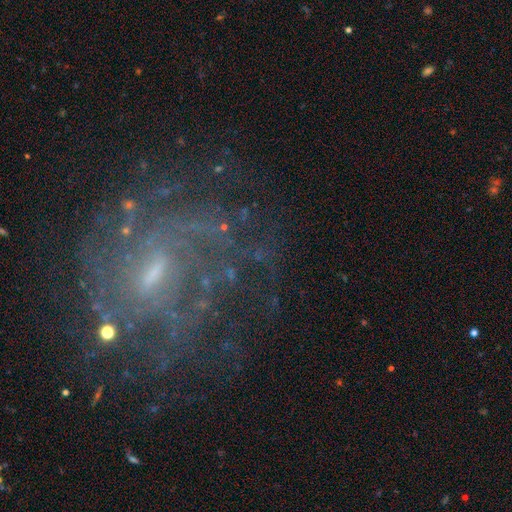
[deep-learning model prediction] The model was most divided on "spiral winding": tight: 50%, medium: 35%, loose: 15%. More confident: edge-on disk — no (97%); spiral arms — yes (84%); smooth or featured — featured or disk (79%); merging — none (66%); bulge size — small (61%); bar — weak (54%); spiral arm count — can't tell (51%).